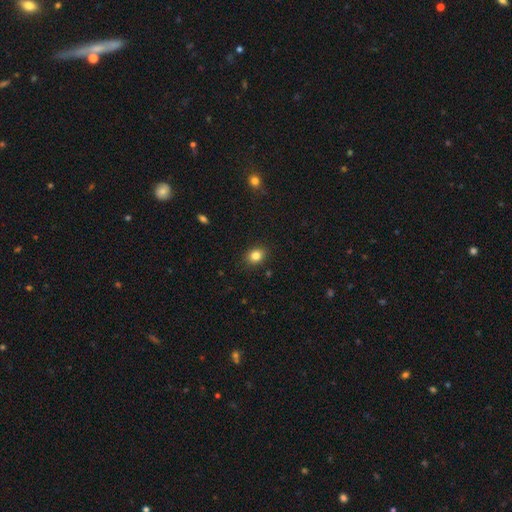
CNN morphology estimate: smooth-or-featured: smooth: 83% | star or artifact: 11% | featured or disk: 6%
  how-rounded: round: 52% | in between: 47% | cigar-shaped: 1%
  merging: none: 88% | minor disturbance: 8% | major disturbance: 2% | merger: 1%